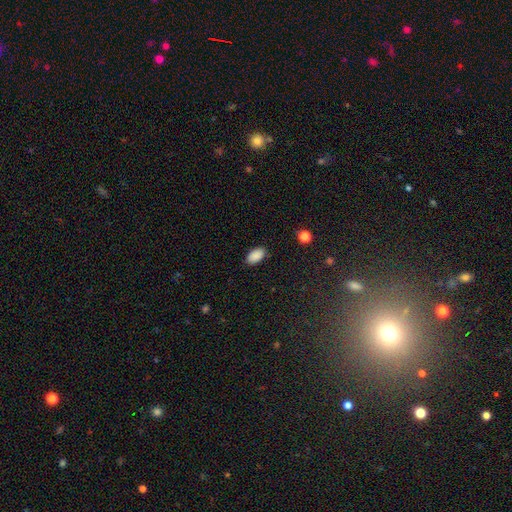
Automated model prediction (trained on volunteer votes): Smooth or featured? smooth (89%)
How rounded? in between (94%)
Merging? none (87%)